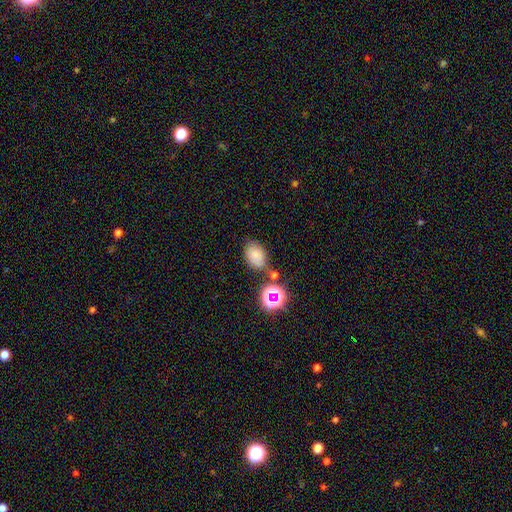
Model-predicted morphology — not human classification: Smooth or featured: smooth — 74% (star or artifact — 17%)
How rounded: in between — 78% (round — 21%)
Merging: none — 64% (minor disturbance — 19%)